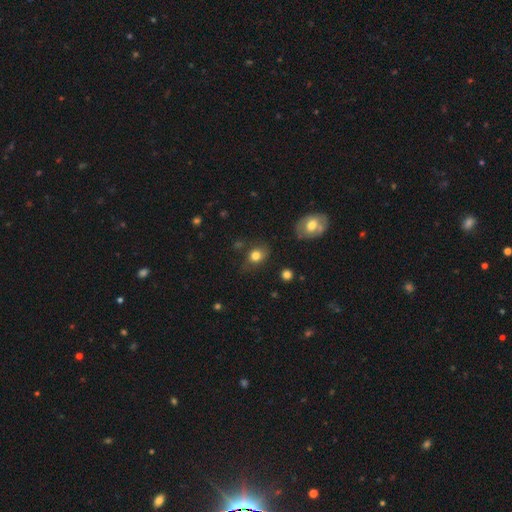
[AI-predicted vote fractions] A smooth galaxy with no disk features (80%) that is round (56%). Merging: none (70%).